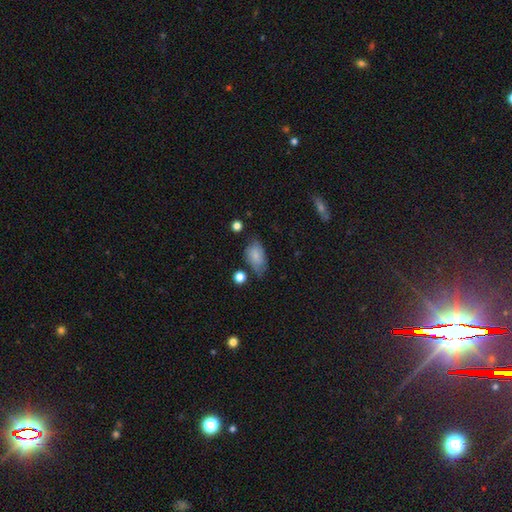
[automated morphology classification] Smooth or featured?
  - smooth: 69% *
  - featured or disk: 23%
  - star or artifact: 8%
How rounded?
  - in between: 88% *
  - round: 10%
  - cigar-shaped: 2%
Merging?
  - none: 53% *
  - minor disturbance: 33%
  - major disturbance: 10%
  - merger: 4%